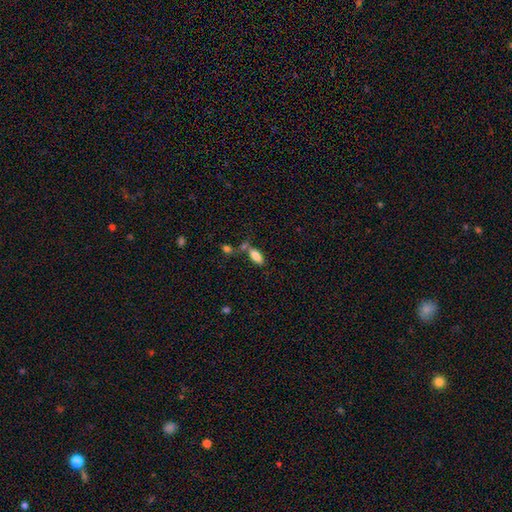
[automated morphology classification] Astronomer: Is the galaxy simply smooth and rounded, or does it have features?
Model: smooth — 79%.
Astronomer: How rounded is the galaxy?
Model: in between — 82%.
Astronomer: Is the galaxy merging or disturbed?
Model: none — 55%.